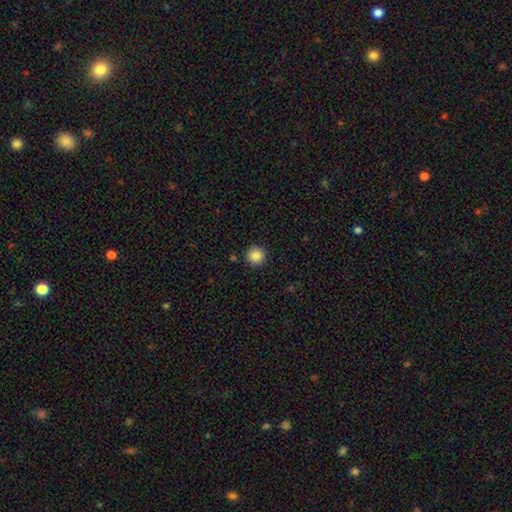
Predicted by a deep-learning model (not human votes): smooth-or-featured: smooth: 87% | star or artifact: 9% | featured or disk: 4%
  how-rounded: round: 95% | in between: 4% | cigar-shaped: 1%
  merging: none: 91% | minor disturbance: 5% | major disturbance: 2% | merger: 2%